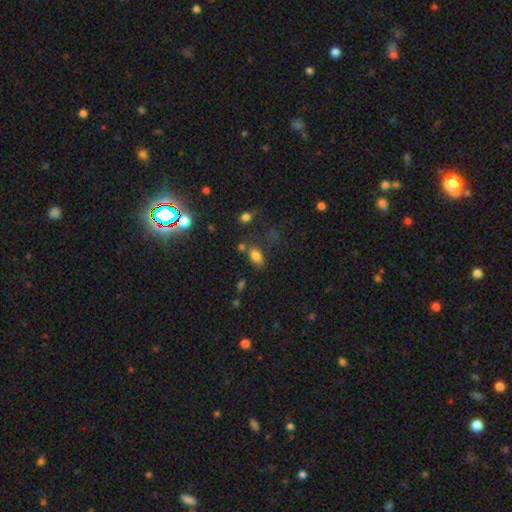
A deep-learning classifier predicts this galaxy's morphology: Smooth or featured? smooth (80%)
How rounded? in between (85%)
Merging? none (67%)